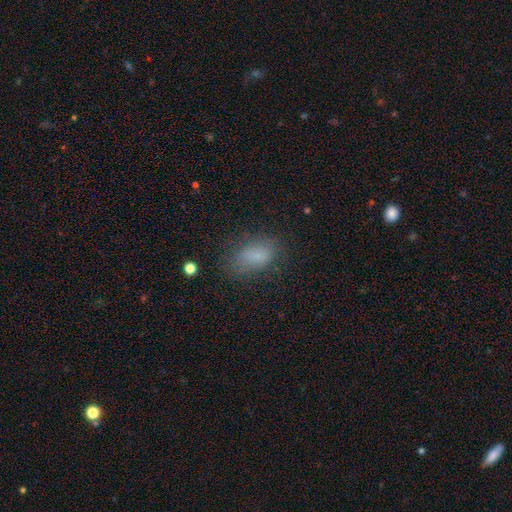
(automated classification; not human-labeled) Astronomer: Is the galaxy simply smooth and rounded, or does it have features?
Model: smooth — 79%.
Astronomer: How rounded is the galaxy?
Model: in between — 88%.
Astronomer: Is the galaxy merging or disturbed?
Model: none — 72%.